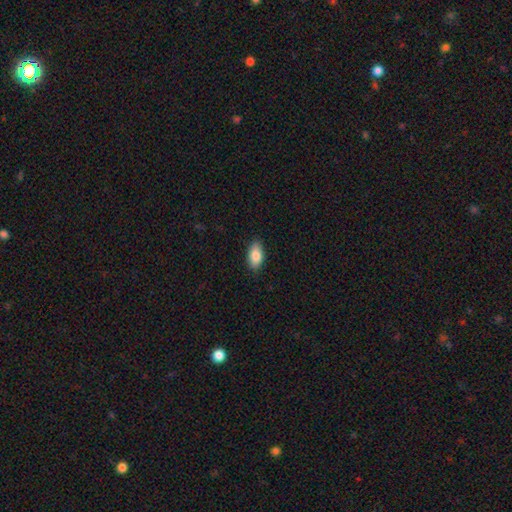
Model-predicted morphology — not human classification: Smooth or featured? Predicted: smooth (p=0.84). How rounded? Predicted: in between (p=0.91). Merging? Predicted: none (p=0.87).